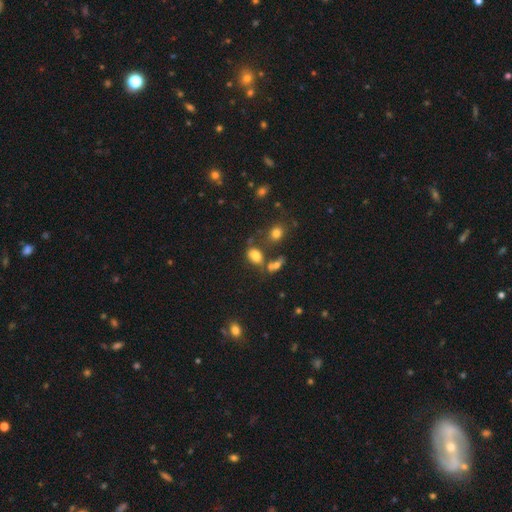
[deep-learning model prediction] A smooth galaxy with no disk features (78%) that is in between round and cigar-shaped (82%).

Vote fractions:
- Smooth or featured? smooth: 78% / star or artifact: 13% / featured or disk: 10%
- How rounded? in between: 82% / round: 16% / cigar-shaped: 2%
- Merging? none: 54% / merger: 23% / minor disturbance: 16% / major disturbance: 7%